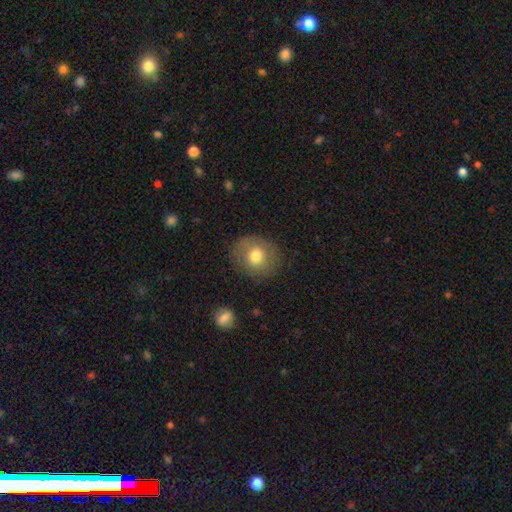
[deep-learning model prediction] A smooth galaxy with no disk features (74%) that is round (75%). Merging: none (82%).